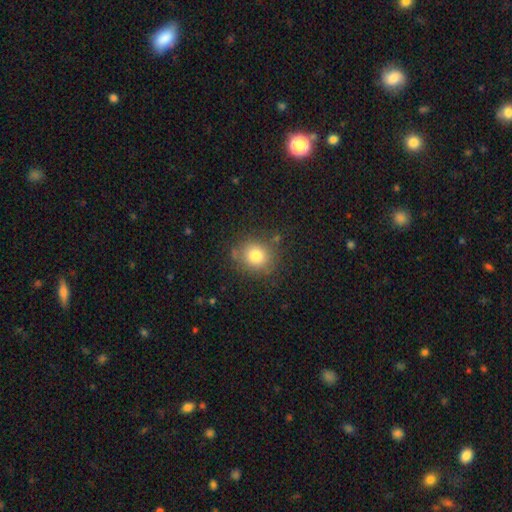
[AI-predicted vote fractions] Smooth or featured?
  - smooth: 79% *
  - star or artifact: 11%
  - featured or disk: 10%
How rounded?
  - round: 77% *
  - in between: 22%
  - cigar-shaped: 1%
Merging?
  - none: 79% *
  - minor disturbance: 13%
  - major disturbance: 4%
  - merger: 3%